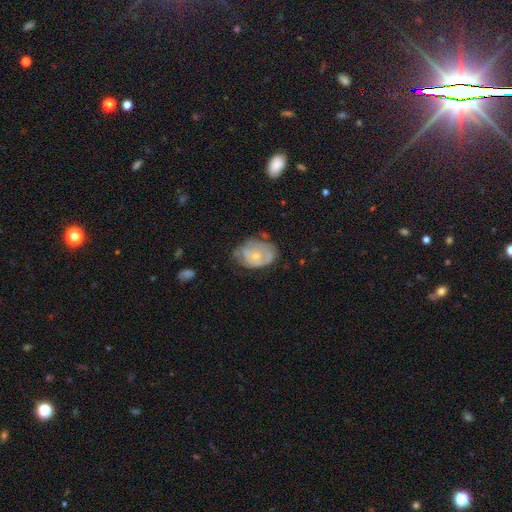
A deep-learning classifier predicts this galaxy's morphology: This is possibly a featured or disk galaxy (56%). It is clearly not viewed edge-on (96%). Bar: clearly no (82%). Spiral arm pattern: possibly yes (53%). Central bulge: possibly small (60%). Merging: possibly none (50%).